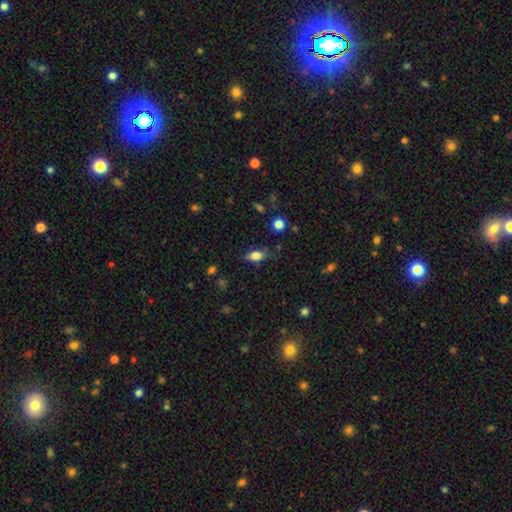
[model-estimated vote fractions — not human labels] Smooth or featured?
  - smooth: 76% *
  - featured or disk: 15%
  - star or artifact: 9%
How rounded?
  - in between: 82% *
  - cigar-shaped: 13%
  - round: 5%
Merging?
  - none: 76% *
  - minor disturbance: 18%
  - major disturbance: 5%
  - merger: 2%